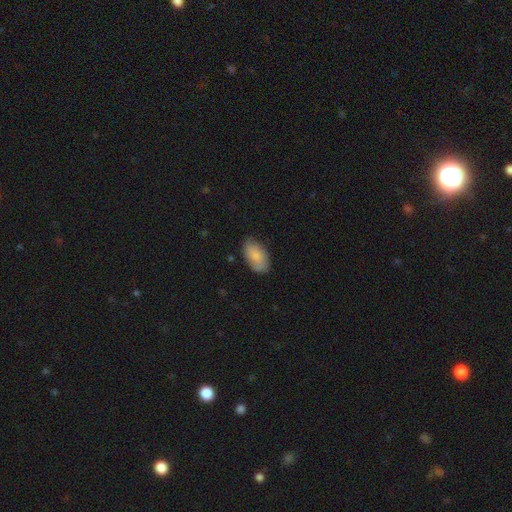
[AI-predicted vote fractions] smooth-or-featured: smooth: 84% | featured or disk: 10% | star or artifact: 6%
  how-rounded: in between: 94% | round: 4% | cigar-shaped: 2%
  merging: none: 76% | minor disturbance: 19% | major disturbance: 4% | merger: 1%